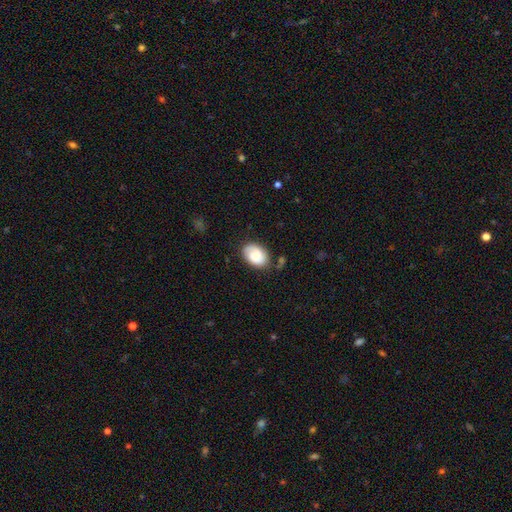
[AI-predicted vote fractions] A smooth galaxy with no disk features (61%) that is in between round and cigar-shaped (81%). Merging: none (72%).